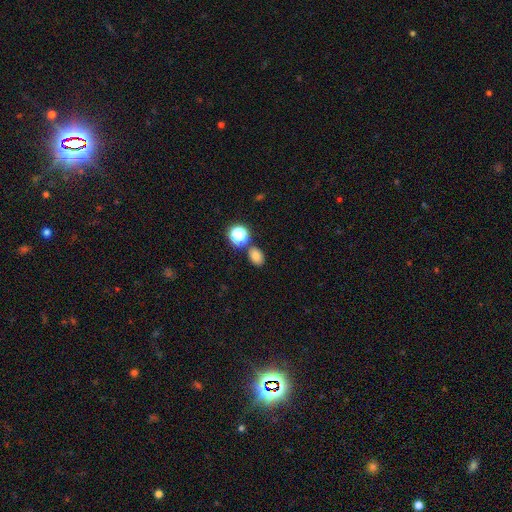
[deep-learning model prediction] smooth_or_featured: smooth (p=0.77) [alt: star or artifact p=0.16]
how_rounded: in between (p=0.69) [alt: round p=0.30]
merging: none (p=0.78) [alt: minor disturbance p=0.10]